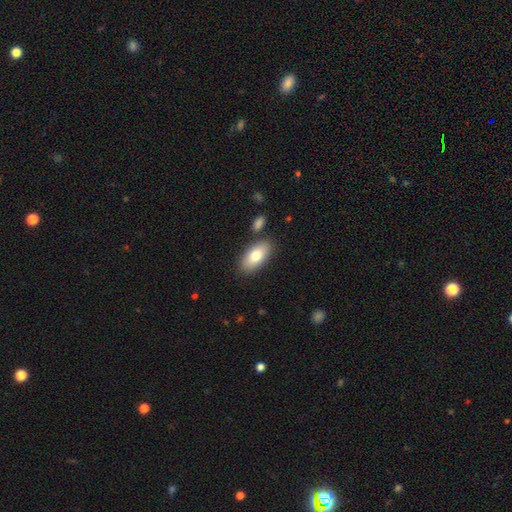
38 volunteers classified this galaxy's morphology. A smooth galaxy with no disk features (71%) that is in between round and cigar-shaped (96%). Merging: none (83%).